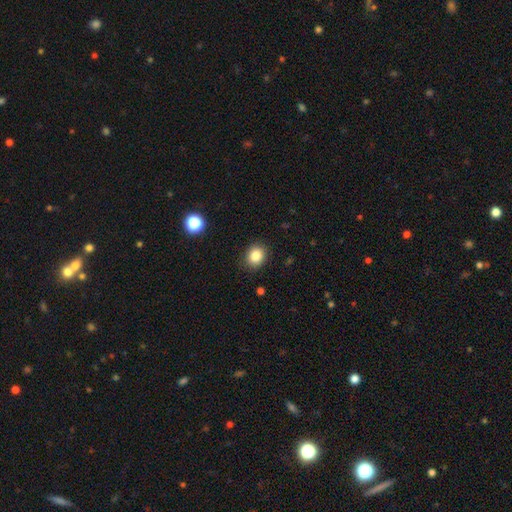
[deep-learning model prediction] Q: Smooth or featured?
A: smooth (84%); runner-up: star or artifact (11%)
Q: How rounded?
A: round (62%); runner-up: in between (37%)
Q: Merging?
A: none (89%); runner-up: minor disturbance (8%)